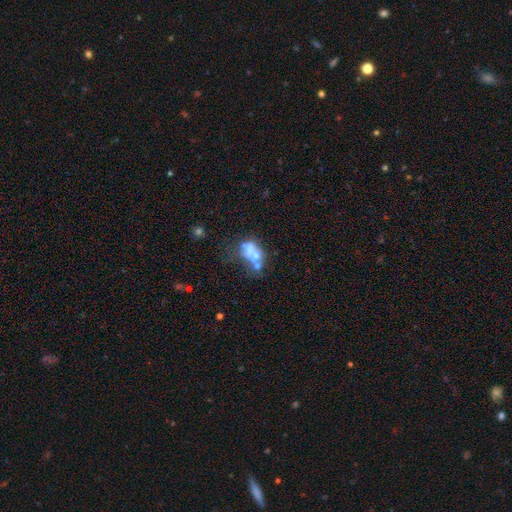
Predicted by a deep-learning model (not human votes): A smooth galaxy with no disk features (43%). Merging: merger (43%).